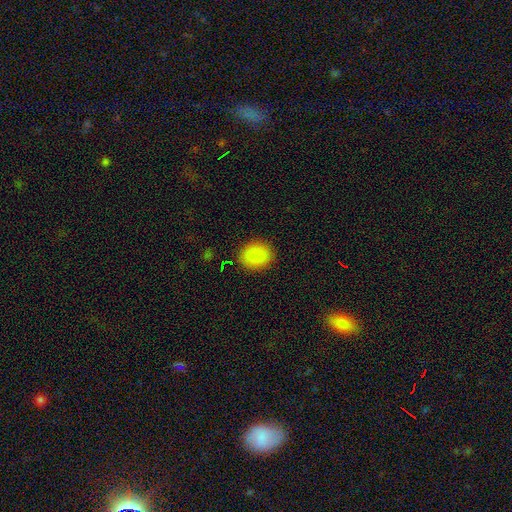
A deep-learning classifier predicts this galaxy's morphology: A smooth galaxy with no disk features (87%) that is round (67%).

Vote fractions:
- Smooth or featured? smooth: 87% / star or artifact: 9% / featured or disk: 4%
- How rounded? round: 67% / in between: 32% / cigar-shaped: 1%
- Merging? none: 88% / minor disturbance: 8% / major disturbance: 3% / merger: 1%